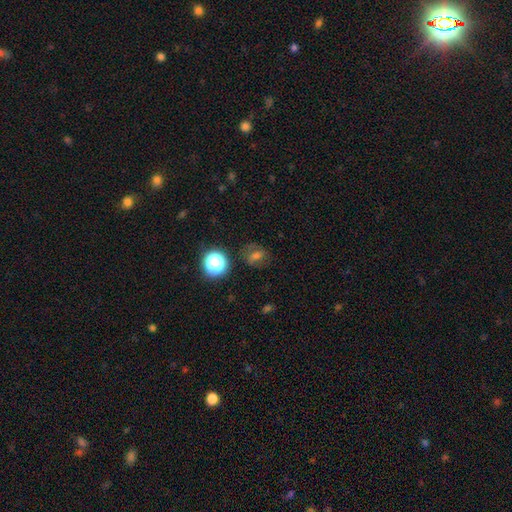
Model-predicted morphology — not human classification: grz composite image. It shows a smooth galaxy with no disk features (54%) that is round (56%). Merging: none (73%).